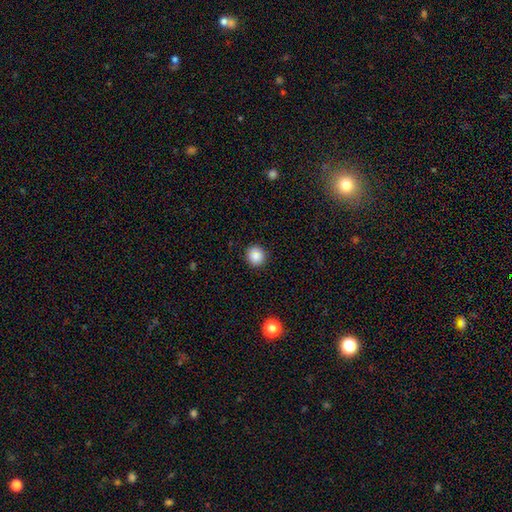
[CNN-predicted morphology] This appears to be a smooth galaxy with no disk features (87%) that is round (88%). Merging: none (90%).